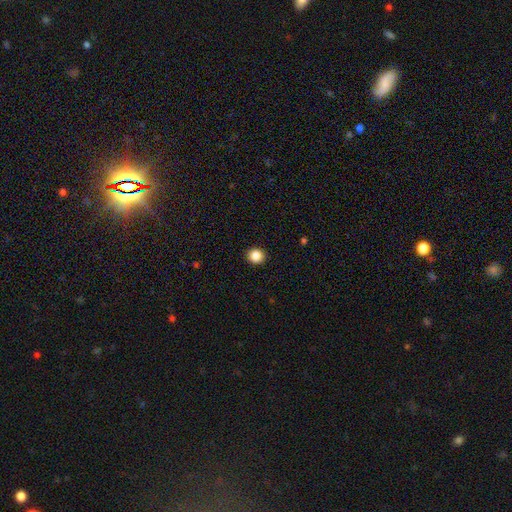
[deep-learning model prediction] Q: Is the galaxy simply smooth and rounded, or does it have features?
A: smooth — 86%.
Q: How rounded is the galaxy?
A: round — 88%.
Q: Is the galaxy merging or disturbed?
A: none — 93%.